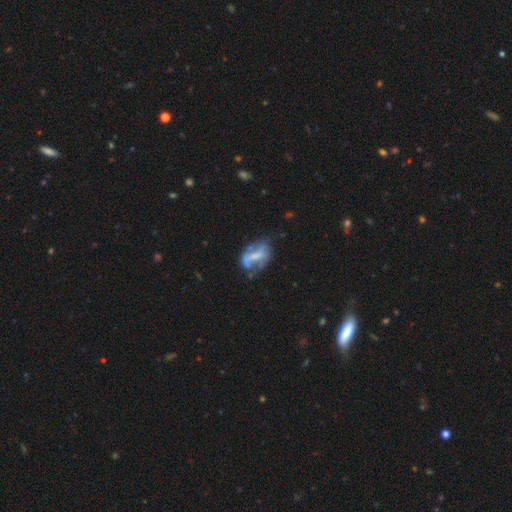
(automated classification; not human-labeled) Smooth or featured? featured or disk (59%)
Edge-on disk? no (95%)
Bar? no (38%)
Spiral arms? no (58%)
Bulge size? none (37%)
Merging? none (39%)